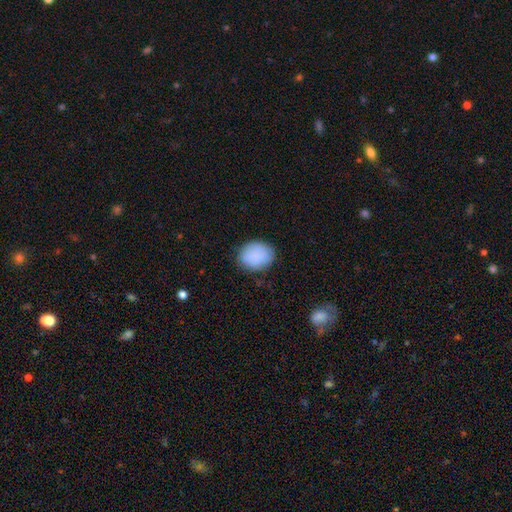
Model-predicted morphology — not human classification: Smooth or featured? smooth (87%)
How rounded? round (57%)
Merging? none (80%)